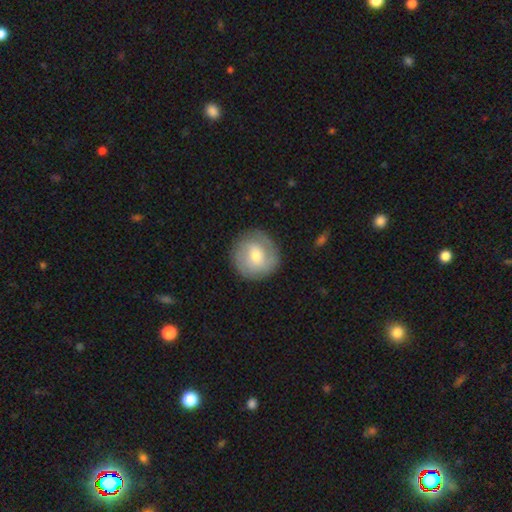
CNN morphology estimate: Overall: smooth (47%; featured or disk 46%). Merging: none (85%).